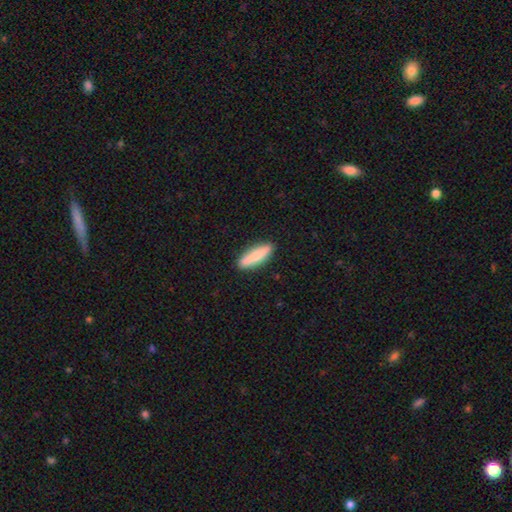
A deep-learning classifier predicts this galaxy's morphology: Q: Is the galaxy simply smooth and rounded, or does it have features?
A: smooth — 76%.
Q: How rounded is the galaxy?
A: cigar-shaped — 74%.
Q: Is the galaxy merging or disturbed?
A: none — 89%.